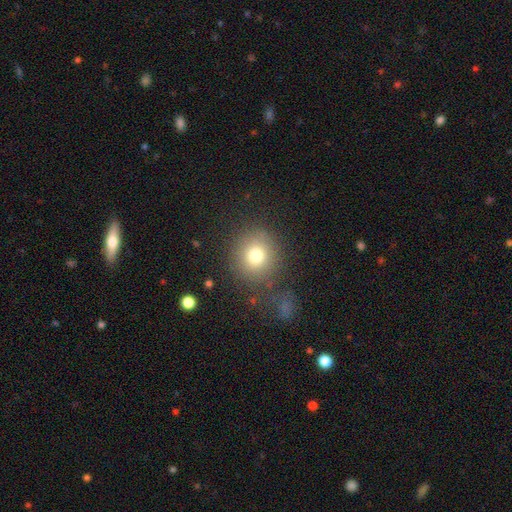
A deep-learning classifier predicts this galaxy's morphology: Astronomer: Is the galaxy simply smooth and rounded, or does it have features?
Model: smooth — 77%.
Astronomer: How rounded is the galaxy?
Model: round — 87%.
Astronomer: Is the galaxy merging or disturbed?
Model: none — 79%.